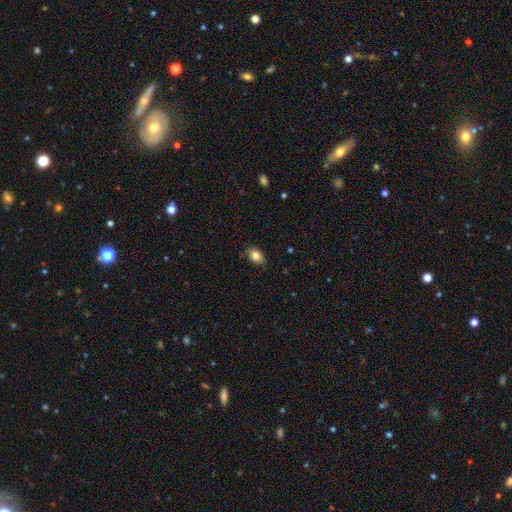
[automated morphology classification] Smooth or featured?
  - smooth: 83% *
  - star or artifact: 9%
  - featured or disk: 8%
How rounded?
  - in between: 75% *
  - round: 24%
  - cigar-shaped: 1%
Merging?
  - none: 81% *
  - minor disturbance: 15%
  - major disturbance: 3%
  - merger: 1%